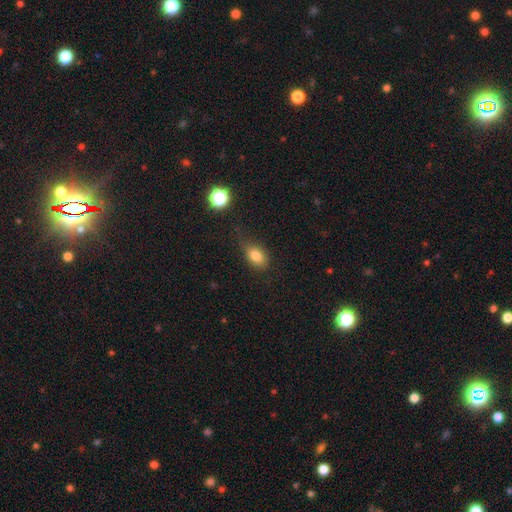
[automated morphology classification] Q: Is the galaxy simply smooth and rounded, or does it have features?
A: smooth — 80%.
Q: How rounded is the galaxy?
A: in between — 77%.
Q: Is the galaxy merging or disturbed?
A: none — 69%.